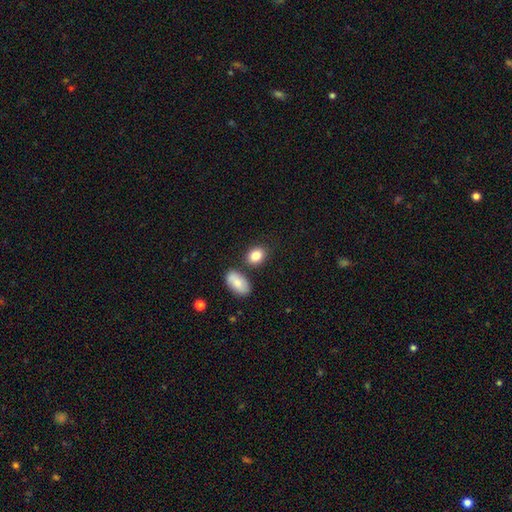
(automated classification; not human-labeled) Smooth or featured: smooth — 85% (star or artifact — 8%)
How rounded: in between — 67% (round — 32%)
Merging: none — 75% (minor disturbance — 11%)